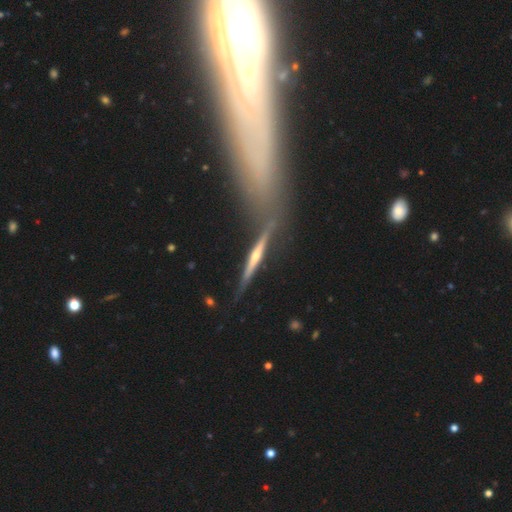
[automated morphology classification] Overall: featured or disk (76%). Edge-on disk: yes (94%). Edge-on bulge: rounded (71%). Merging: none (70%).